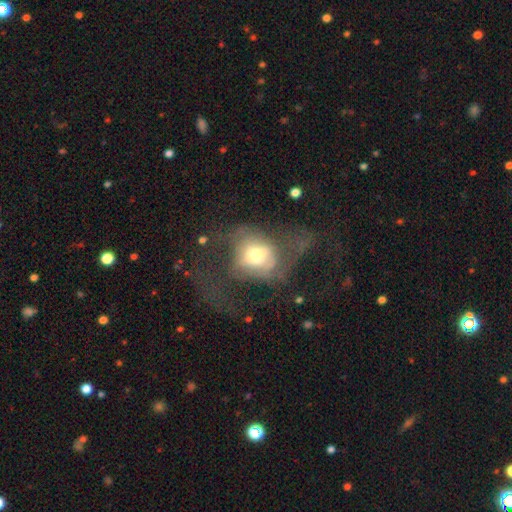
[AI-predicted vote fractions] Smooth or featured?
  - smooth: 51% *
  - featured or disk: 38%
  - star or artifact: 11%
How rounded?
  - round: 62% *
  - in between: 37%
  - cigar-shaped: 1%
Merging?
  - major disturbance: 53% *
  - none: 26%
  - minor disturbance: 17%
  - merger: 4%